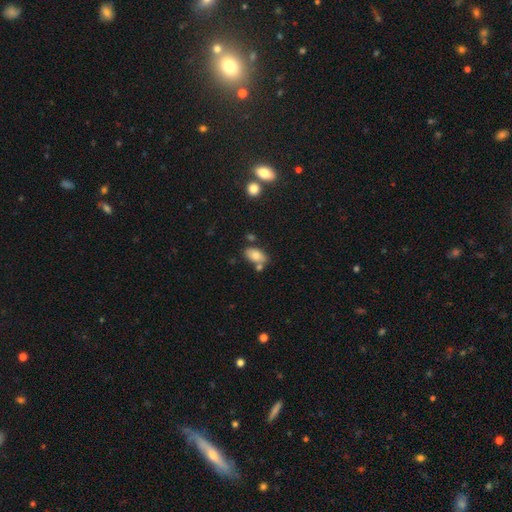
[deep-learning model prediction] Smooth or featured? smooth (79%)
How rounded? in between (92%)
Merging? none (63%)